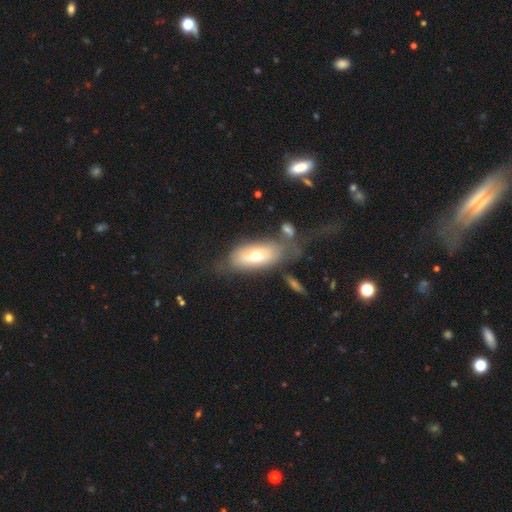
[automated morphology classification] A smooth galaxy with no disk features (61%) that is in between round and cigar-shaped (87%). Merging: none (49%).